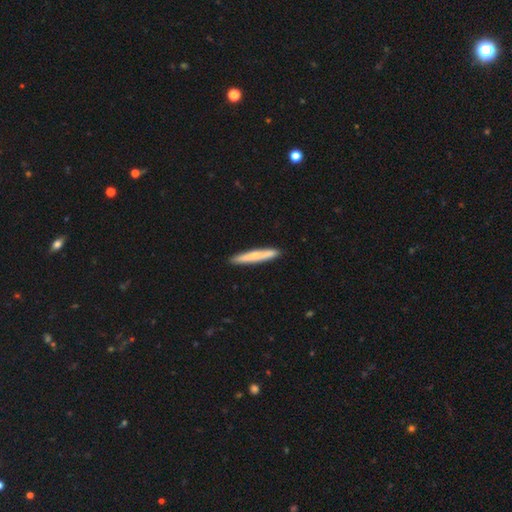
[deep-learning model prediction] A smooth galaxy with no disk features (62%) that is cigar-shaped (95%). Merging: none (91%).